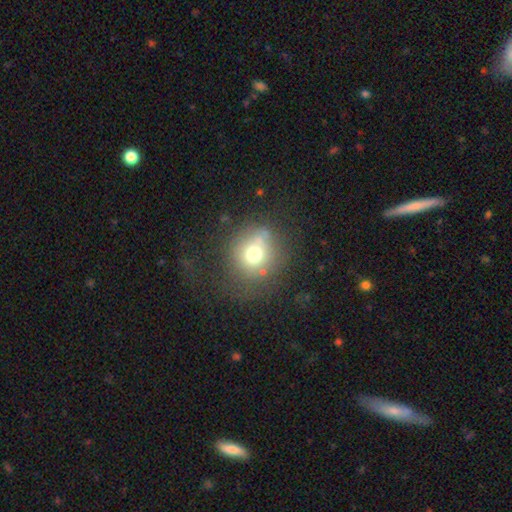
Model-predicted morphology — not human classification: Smooth or featured?
  - smooth: 67% *
  - featured or disk: 18%
  - star or artifact: 15%
How rounded?
  - round: 86% *
  - in between: 13%
  - cigar-shaped: 1%
Merging?
  - none: 63% *
  - minor disturbance: 19%
  - major disturbance: 12%
  - merger: 6%